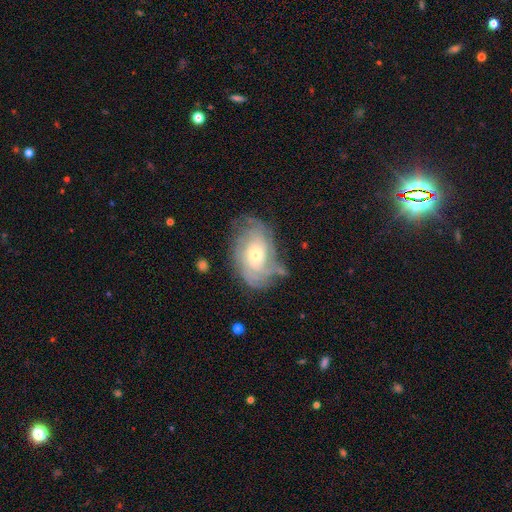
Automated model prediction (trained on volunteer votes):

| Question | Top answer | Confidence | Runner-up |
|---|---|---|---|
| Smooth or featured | featured or disk | 78% | smooth (15%) |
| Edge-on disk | no | 96% | yes (4%) |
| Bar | no | 76% | weak (20%) |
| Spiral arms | yes | 91% | no (9%) |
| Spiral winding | tight | 65% | medium (26%) |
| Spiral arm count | can't tell | 46% | 2 (15%) |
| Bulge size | small | 48% | moderate (47%) |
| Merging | none | 64% | minor disturbance (22%) |